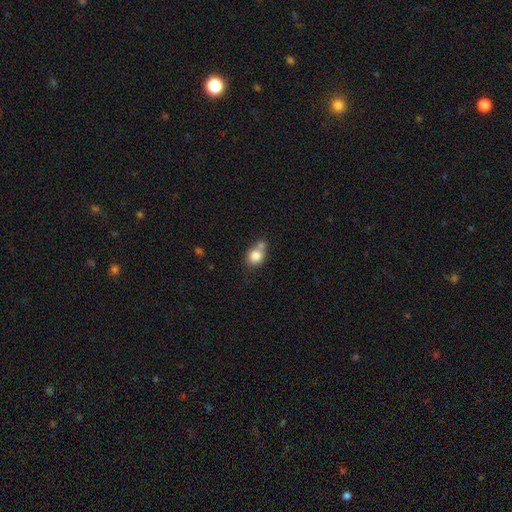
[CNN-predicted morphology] Smooth or featured: smooth — 82% (featured or disk — 9%)
How rounded: round — 63% (in between — 36%)
Merging: none — 42% (merger — 38%)